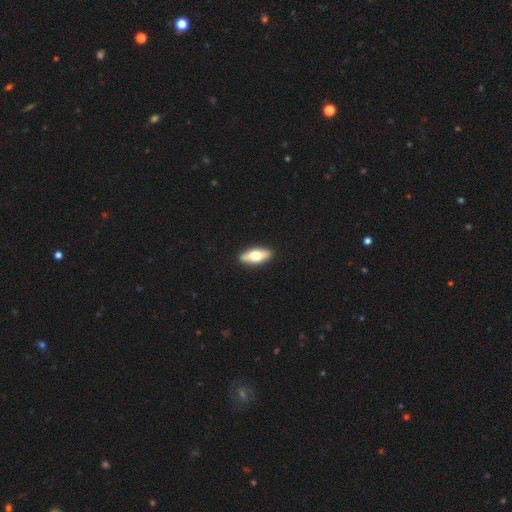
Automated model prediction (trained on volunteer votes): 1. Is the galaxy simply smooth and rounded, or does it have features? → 60% smooth, 34% featured or disk, 6% star or artifact.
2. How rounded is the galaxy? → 72% in between, 25% cigar-shaped, 3% round.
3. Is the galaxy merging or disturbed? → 91% none, 7% minor disturbance, 2% major disturbance, 1% merger.